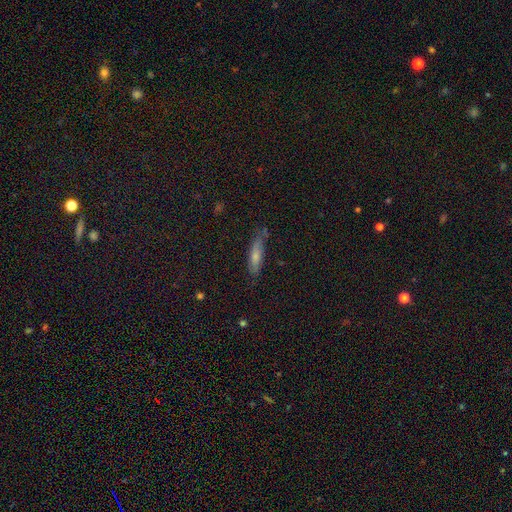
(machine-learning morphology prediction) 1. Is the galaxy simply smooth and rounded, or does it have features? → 66% smooth, 26% featured or disk, 8% star or artifact.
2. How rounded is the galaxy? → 70% cigar-shaped, 28% in between, 2% round.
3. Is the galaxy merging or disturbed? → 71% none, 21% minor disturbance, 5% major disturbance, 3% merger.